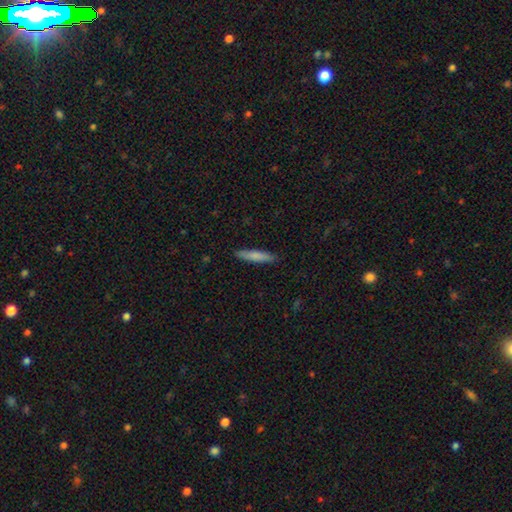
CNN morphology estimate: Smooth or featured? smooth (78%)
How rounded? cigar-shaped (88%)
Merging? none (90%)